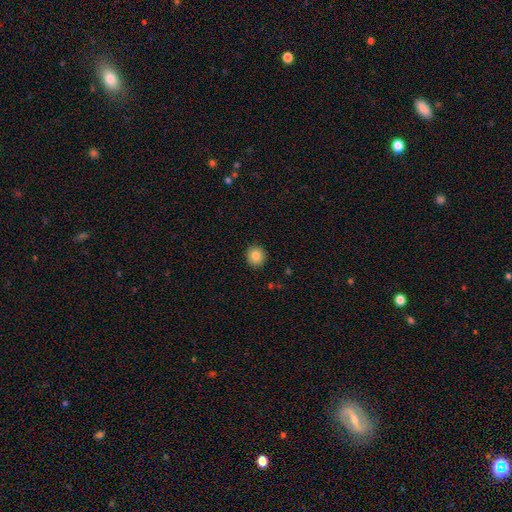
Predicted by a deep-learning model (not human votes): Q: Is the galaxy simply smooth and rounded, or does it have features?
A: smooth — 84%.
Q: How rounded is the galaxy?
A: round — 91%.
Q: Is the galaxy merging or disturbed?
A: none — 92%.